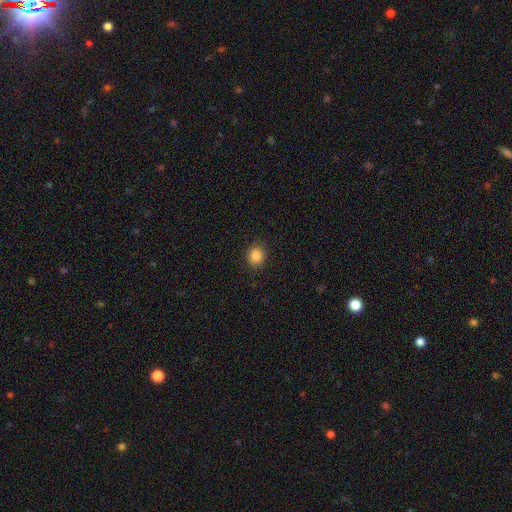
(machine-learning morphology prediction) type=smooth (86%); roundness=round (73%); merging=none (88%).